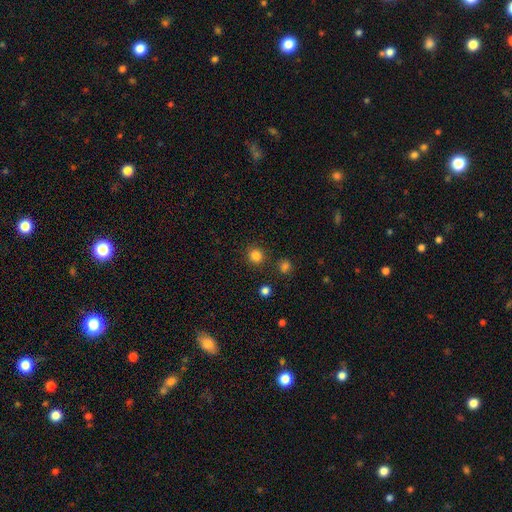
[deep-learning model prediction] A smooth galaxy with no disk features (83%) that is round (91%). Merging: none (88%).